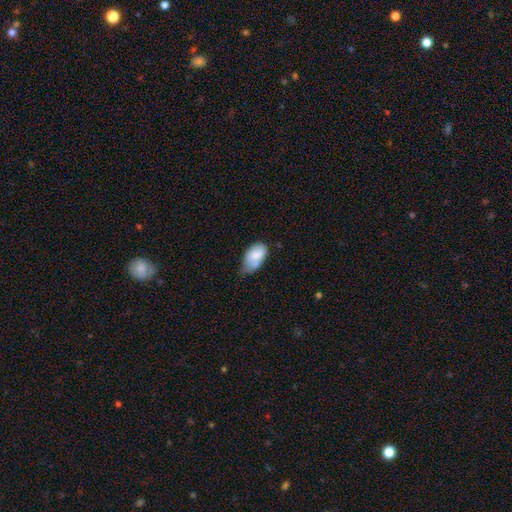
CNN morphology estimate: Smooth or featured?
  - smooth: 76% *
  - featured or disk: 16%
  - star or artifact: 7%
How rounded?
  - in between: 92% *
  - round: 6%
  - cigar-shaped: 2%
Merging?
  - minor disturbance: 48% *
  - none: 29%
  - major disturbance: 14%
  - merger: 9%